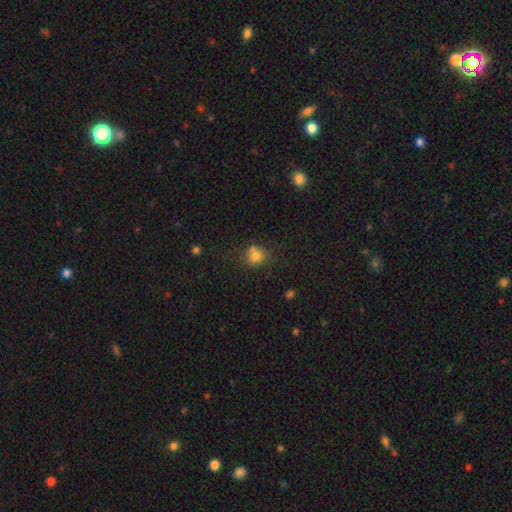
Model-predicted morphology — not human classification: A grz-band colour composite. It shows a smooth galaxy with no disk features (77%) that is round (79%). Merging: none (60%).